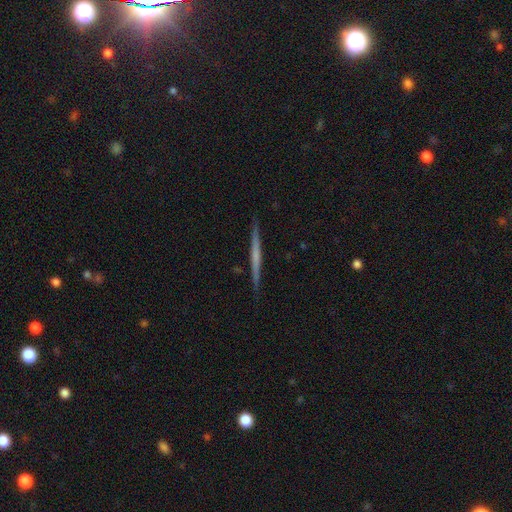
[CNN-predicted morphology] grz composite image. It shows a featured or disk galaxy (60%) viewed edge-on (98%) with no central bulge (79%). Merging: none (92%).